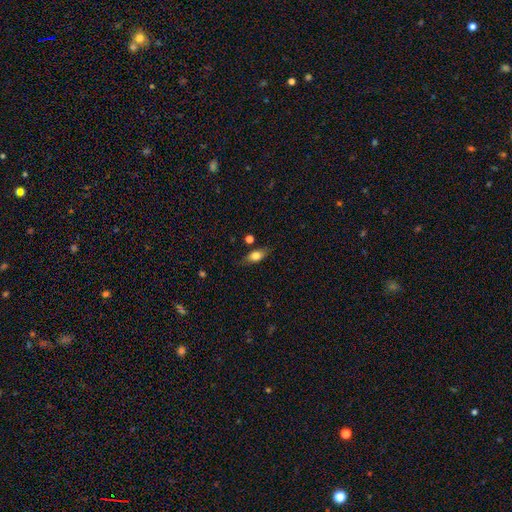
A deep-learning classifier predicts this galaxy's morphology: Overall: smooth (73%). How rounded: in between (78%). Merging: none (77%).